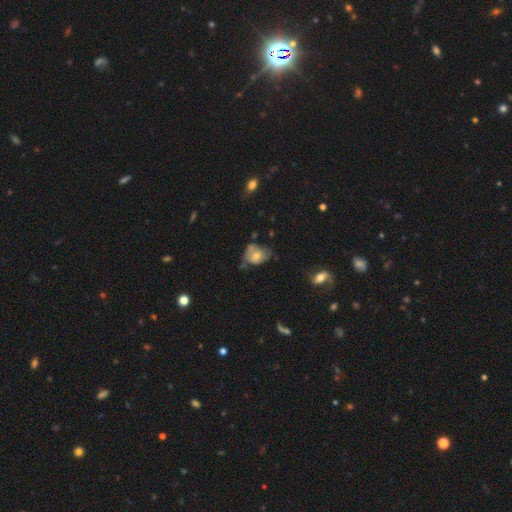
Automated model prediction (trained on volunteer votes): A smooth galaxy with no disk features (57%) that is in between round and cigar-shaped (61%). Merging: minor disturbance (39%).